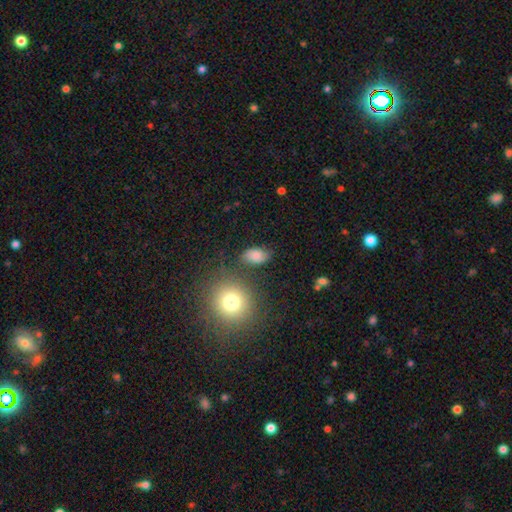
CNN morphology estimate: smooth_or_featured: smooth (p=0.75) [alt: featured or disk p=0.13]
how_rounded: in between (p=0.86) [alt: round p=0.12]
merging: none (p=0.74) [alt: minor disturbance p=0.17]